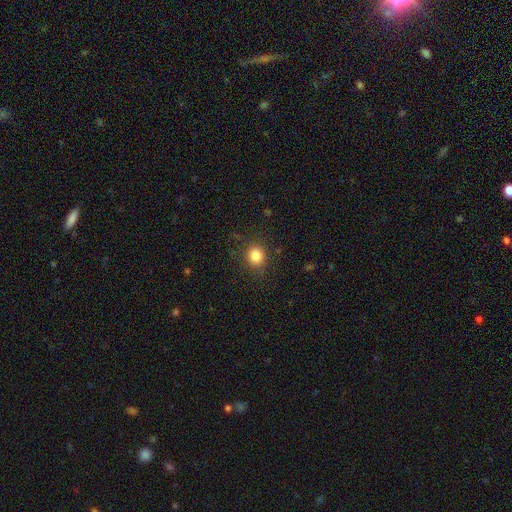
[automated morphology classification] This is clearly a smooth galaxy (83%). How rounded: clearly round (82%). Merging: clearly none (87%).